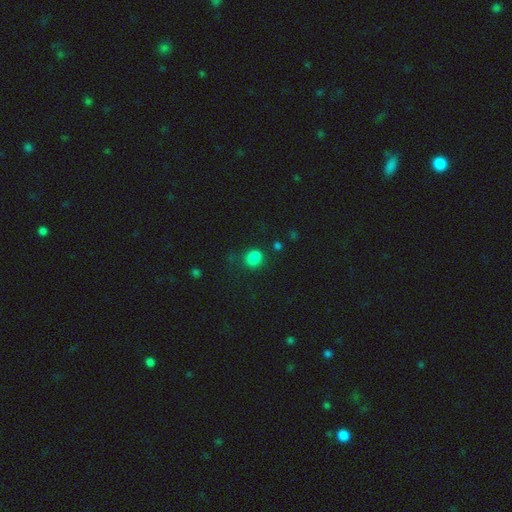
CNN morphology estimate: Smooth or featured: smooth — 81% (star or artifact — 13%)
How rounded: round — 56% (in between — 43%)
Merging: none — 63% (minor disturbance — 21%)